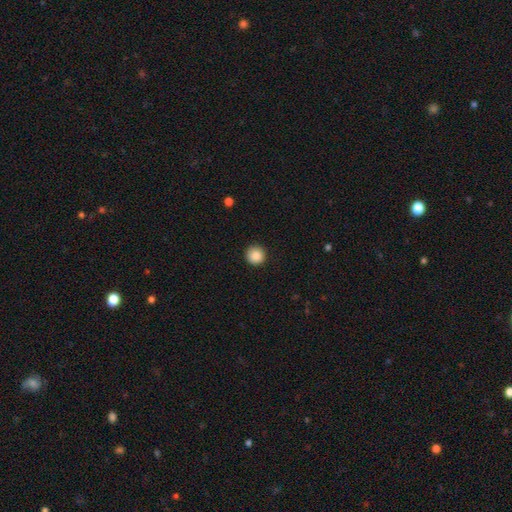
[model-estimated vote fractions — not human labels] The model was most divided on "smooth or featured": smooth: 87%, star or artifact: 9%, featured or disk: 4%. More confident: how rounded — round (96%); merging — none (92%).